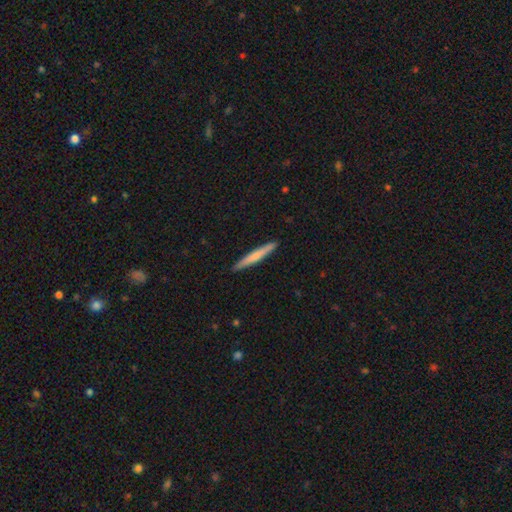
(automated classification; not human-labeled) A smooth galaxy with no disk features (61%) that is cigar-shaped (96%). Merging: none (92%).